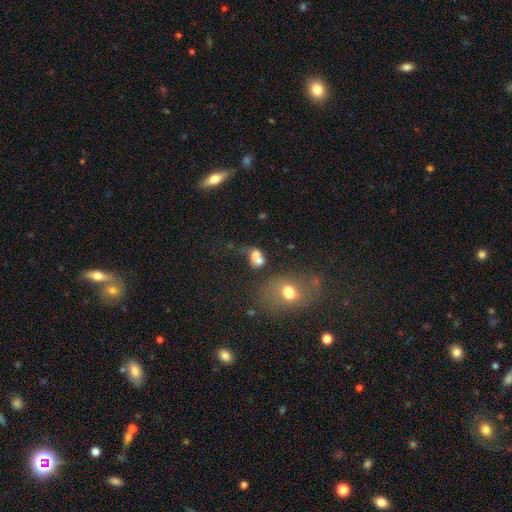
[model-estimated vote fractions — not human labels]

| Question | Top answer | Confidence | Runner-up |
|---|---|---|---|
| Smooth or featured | smooth | 67% | featured or disk (19%) |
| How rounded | in between | 59% | round (39%) |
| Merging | merger | 54% | none (23%) |